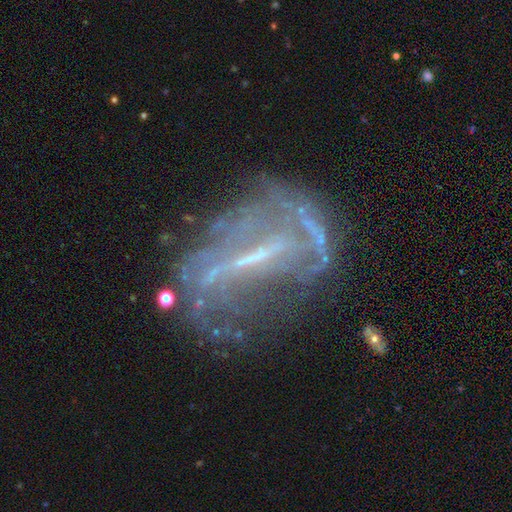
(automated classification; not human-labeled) The model was most divided on "bulge size": small: 45%, none: 37%, moderate: 15%, large: 2%, dominant: 1%. Remaining: edge-on disk — no (89%); smooth or featured — featured or disk (76%); bar — strong (59%); spiral arms — yes (59%); merging — none (49%).